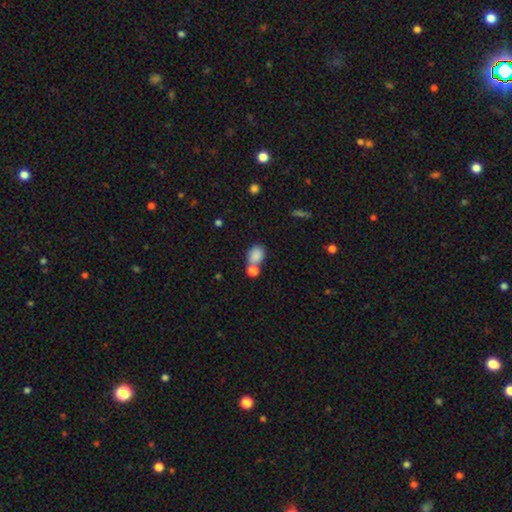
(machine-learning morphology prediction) smooth-or-featured: smooth: 85% | star or artifact: 9% | featured or disk: 6%
  how-rounded: in between: 63% | round: 36% | cigar-shaped: 1%
  merging: none: 46% | merger: 38% | minor disturbance: 12% | major disturbance: 5%